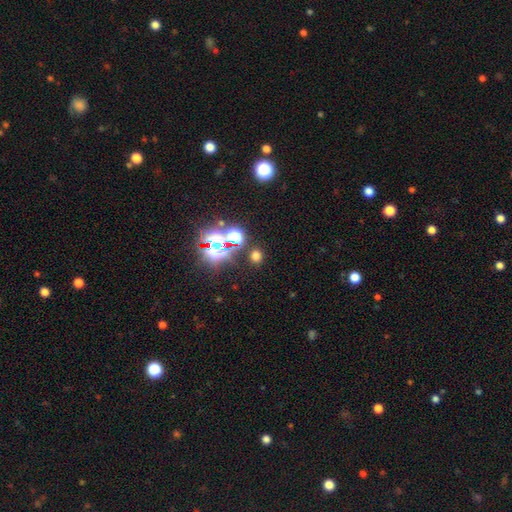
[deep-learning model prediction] The model was most divided on "smooth or featured": smooth: 59%, star or artifact: 35%, featured or disk: 6%. More confident: merging — none (84%); how rounded — round (81%).